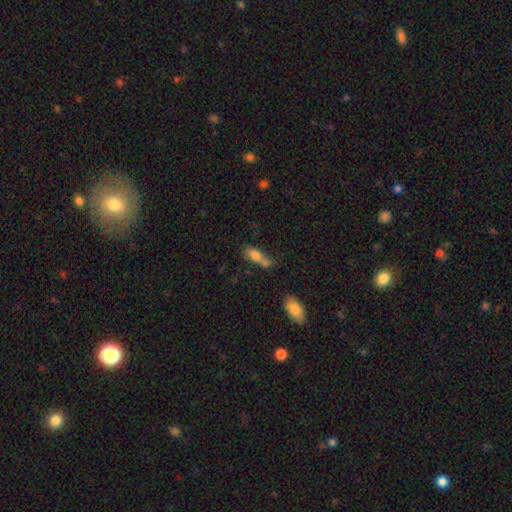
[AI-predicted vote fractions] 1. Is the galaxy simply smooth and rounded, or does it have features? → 75% smooth, 15% featured or disk, 10% star or artifact.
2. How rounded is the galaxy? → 75% in between, 17% cigar-shaped, 9% round.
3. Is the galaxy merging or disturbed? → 53% merger, 25% none, 13% minor disturbance, 9% major disturbance.